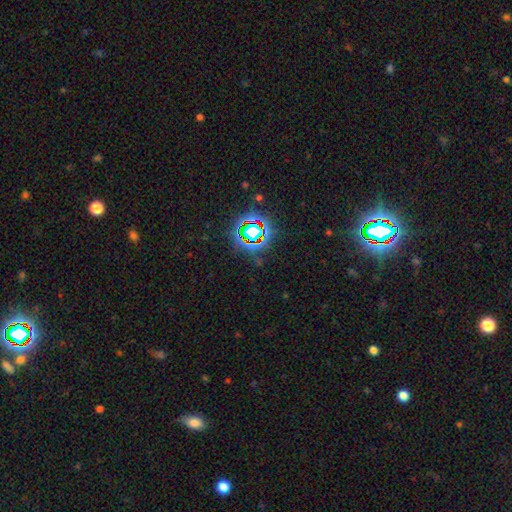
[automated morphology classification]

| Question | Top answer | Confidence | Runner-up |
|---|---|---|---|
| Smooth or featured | star or artifact | 81% | smooth (11%) |